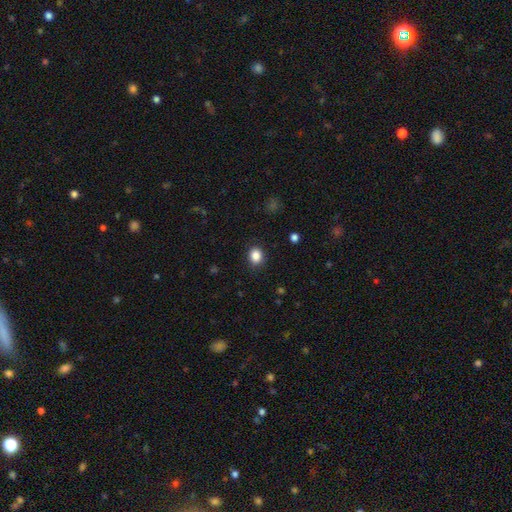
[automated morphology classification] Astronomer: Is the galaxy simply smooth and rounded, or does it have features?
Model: smooth — 86%.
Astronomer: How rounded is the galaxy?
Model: round — 63%.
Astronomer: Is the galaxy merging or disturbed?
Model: none — 88%.